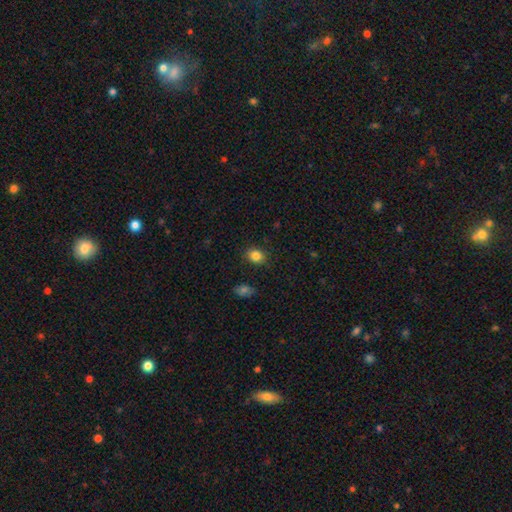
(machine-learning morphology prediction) Smooth or featured? Predicted: smooth (p=0.84). How rounded? Predicted: round (p=0.56). Merging? Predicted: none (p=0.87).